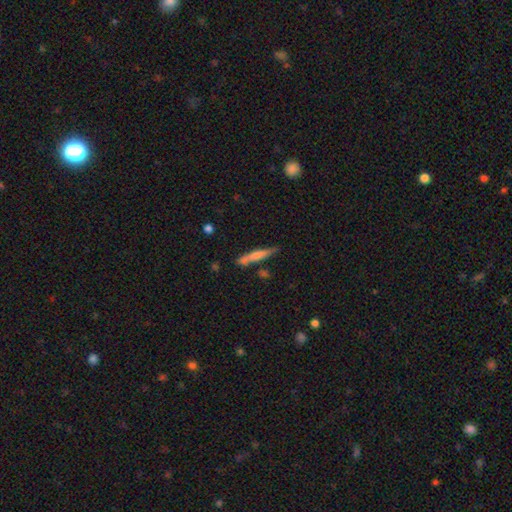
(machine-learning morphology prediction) smooth 61%, featured or disk 32%, star or artifact 6%. Down the decision tree: how rounded — cigar-shaped (92%); merging — none (70%).